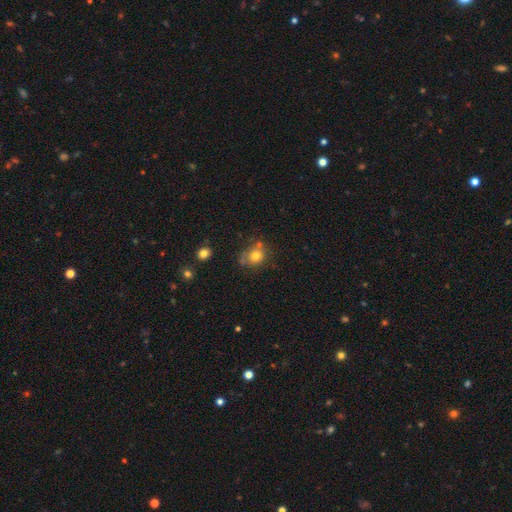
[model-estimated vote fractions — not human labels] Q: Smooth or featured?
A: smooth (76%); runner-up: featured or disk (12%)
Q: How rounded?
A: round (67%); runner-up: in between (32%)
Q: Merging?
A: none (54%); runner-up: minor disturbance (22%)